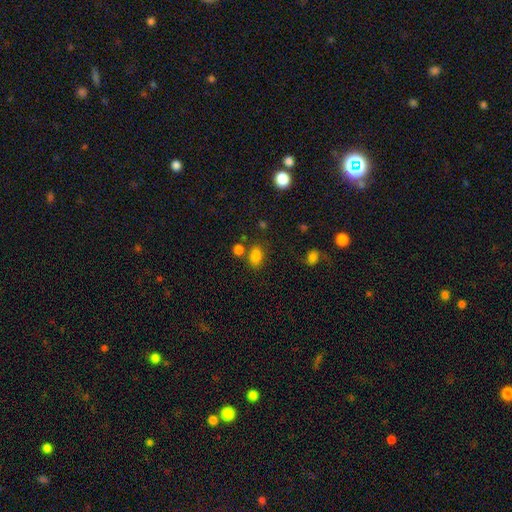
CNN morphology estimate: This appears to be a smooth galaxy with no disk features (82%) that is in between round and cigar-shaped (76%). Merging: none (68%).